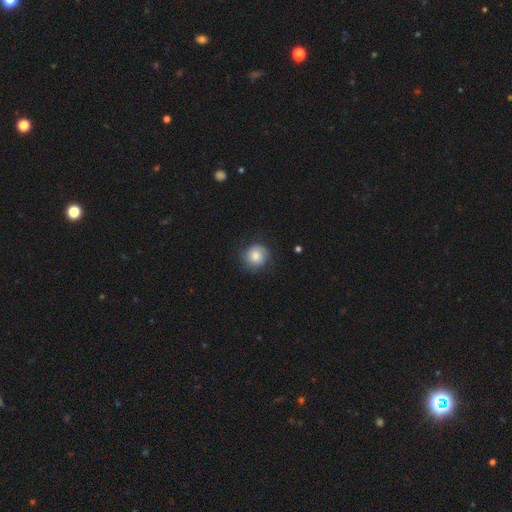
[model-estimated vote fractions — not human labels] Overall: smooth (75%). How rounded: round (89%). Merging: none (76%).